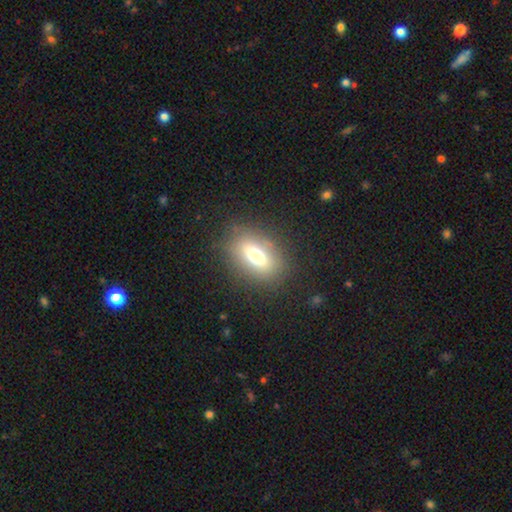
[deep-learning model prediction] This is likely a smooth galaxy (65%). How rounded: likely in between (77%). Merging: clearly none (82%).